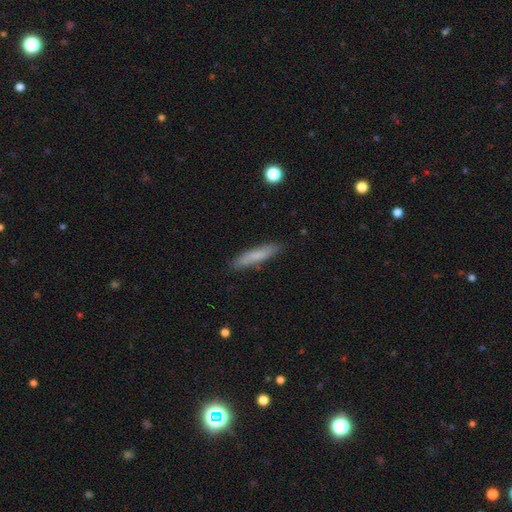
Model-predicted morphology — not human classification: type=smooth (75%); roundness=cigar-shaped (87%); merging=none (86%).